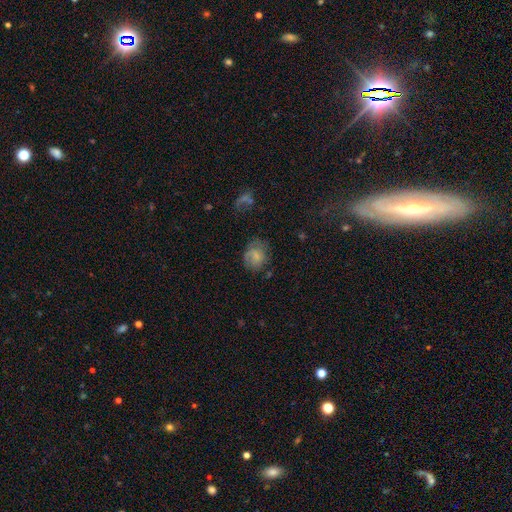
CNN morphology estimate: A smooth galaxy with no disk features (67%) that is round (55%). Merging: none (56%).